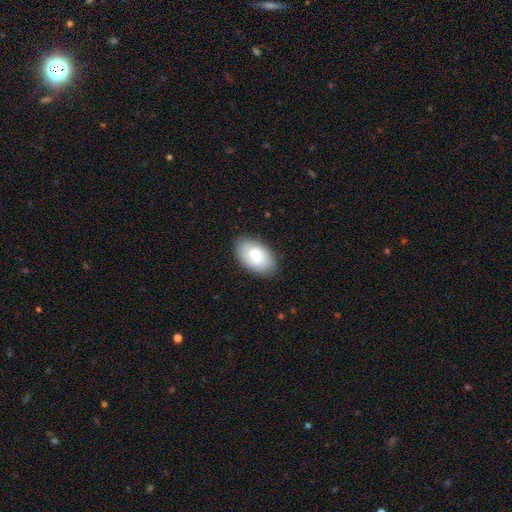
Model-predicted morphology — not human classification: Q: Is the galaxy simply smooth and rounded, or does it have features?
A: smooth — 70%.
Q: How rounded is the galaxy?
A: in between — 94%.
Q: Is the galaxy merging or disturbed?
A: none — 84%.